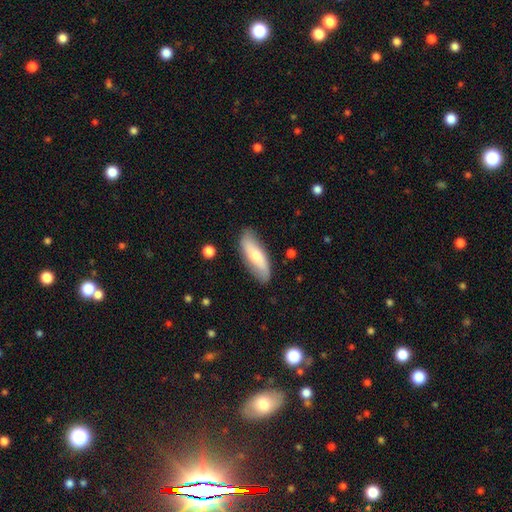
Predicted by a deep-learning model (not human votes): Morphology: type=smooth (59%); roundness=in between (57%); merging=none (81%).